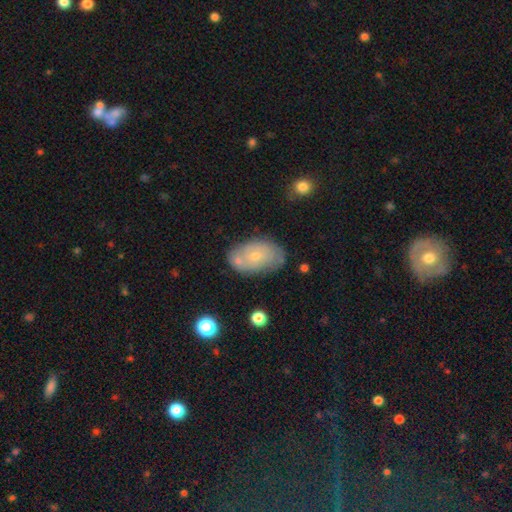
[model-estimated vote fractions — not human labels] smooth 53%, featured or disk 39%, star or artifact 8%. Down the decision tree: how rounded — in between (90%); merging — none (59%).